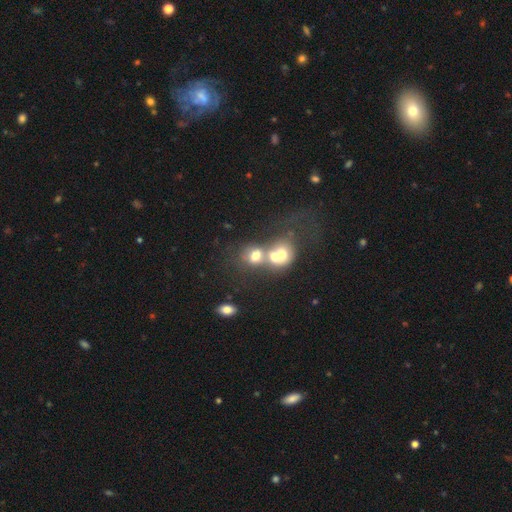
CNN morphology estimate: smooth 61%, featured or disk 25%, star or artifact 14%. Down the decision tree: how rounded — round (60%); merging — merger (67%).